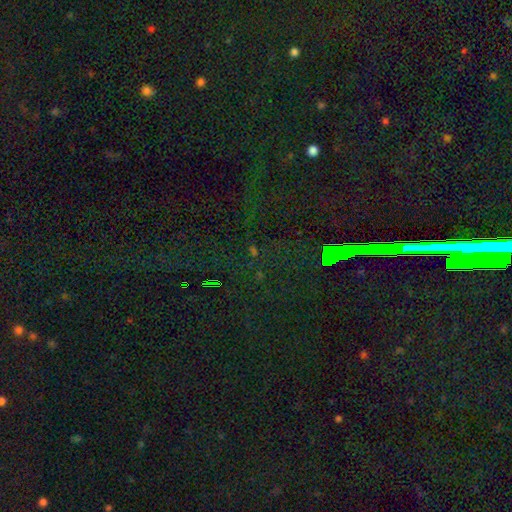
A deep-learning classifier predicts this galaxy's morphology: The model was most divided on "smooth or featured": star or artifact: 84%, smooth: 8%, featured or disk: 8%.